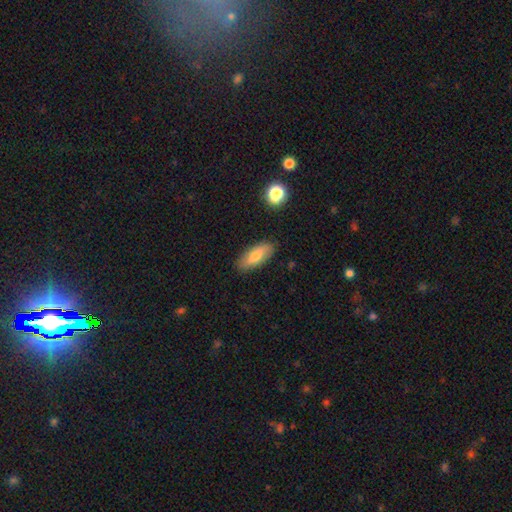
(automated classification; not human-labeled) A smooth galaxy with no disk features (75%) that is in between round and cigar-shaped (79%).

Vote fractions:
- Smooth or featured? smooth: 75% / featured or disk: 19% / star or artifact: 6%
- How rounded? in between: 79% / cigar-shaped: 18% / round: 2%
- Merging? none: 85% / minor disturbance: 11% / major disturbance: 2% / merger: 2%